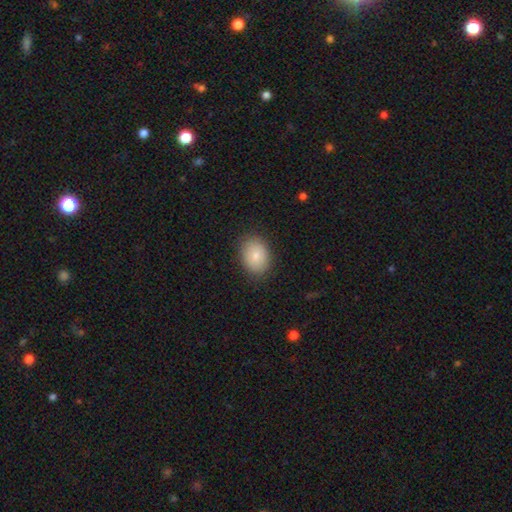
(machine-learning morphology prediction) This appears to be a smooth galaxy with no disk features (83%) that is in between round and cigar-shaped (67%). Merging: none (85%).